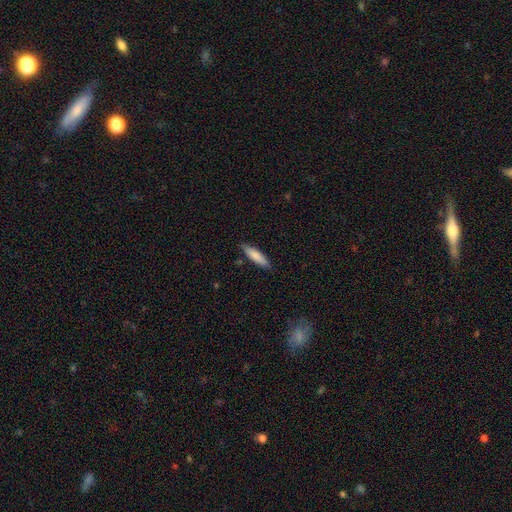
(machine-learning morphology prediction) This is clearly a smooth galaxy (81%). How rounded: likely cigar-shaped (75%). Merging: clearly none (86%).